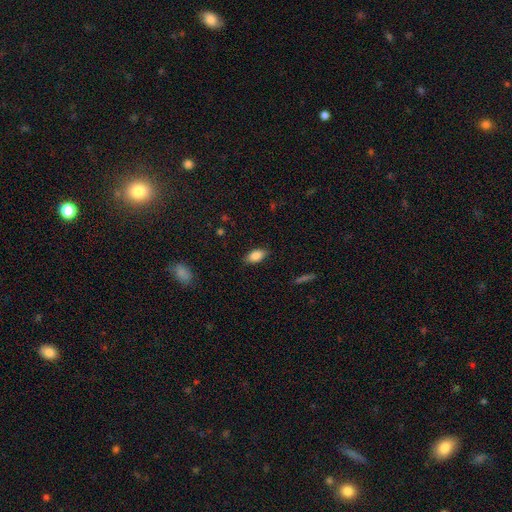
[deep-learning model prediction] A smooth galaxy with no disk features (85%) that is in between round and cigar-shaped (90%).

Vote fractions:
- Smooth or featured? smooth: 85% / featured or disk: 8% / star or artifact: 7%
- How rounded? in between: 90% / cigar-shaped: 6% / round: 4%
- Merging? none: 86% / minor disturbance: 11% / major disturbance: 3% / merger: 1%